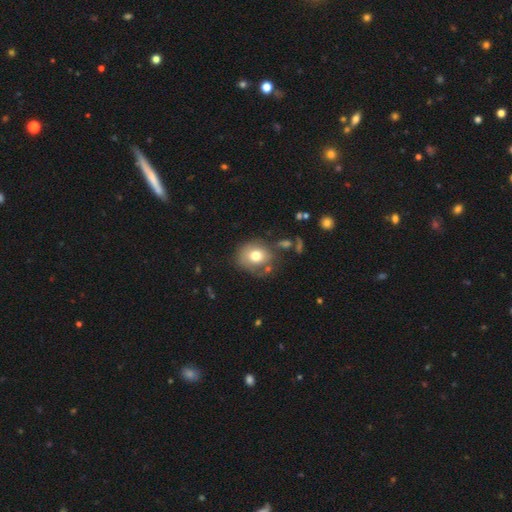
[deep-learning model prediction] Smooth or featured: smooth — 72% (featured or disk — 18%)
How rounded: round — 71% (in between — 29%)
Merging: none — 63% (minor disturbance — 21%)